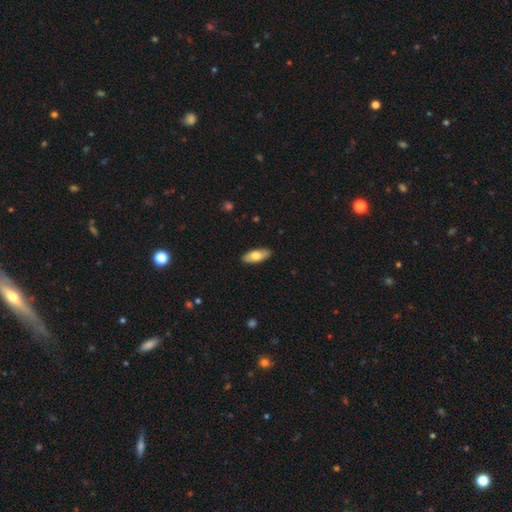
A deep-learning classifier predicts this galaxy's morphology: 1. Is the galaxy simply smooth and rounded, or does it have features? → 71% smooth, 24% featured or disk, 5% star or artifact.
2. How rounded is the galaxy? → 81% in between, 16% cigar-shaped, 2% round.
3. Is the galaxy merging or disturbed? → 89% none, 8% minor disturbance, 2% major disturbance, 1% merger.